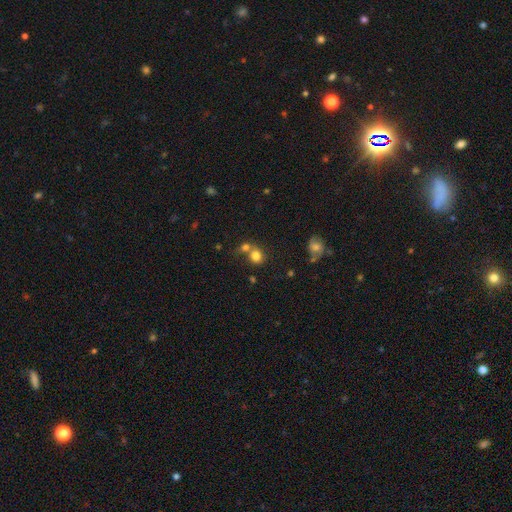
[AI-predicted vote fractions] This appears to be a smooth galaxy with no disk features (79%) that is round (78%). Merging: none (46%).